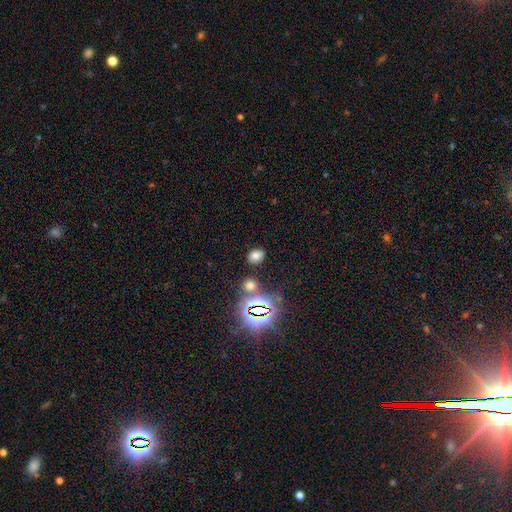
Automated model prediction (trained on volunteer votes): Overall: smooth (65%; star or artifact 27%). How rounded: in between (59%; round 39%). Merging: none (83%).